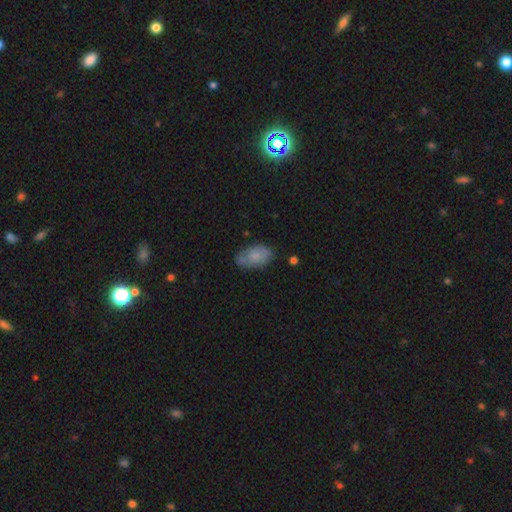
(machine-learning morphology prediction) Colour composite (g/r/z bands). It shows a smooth galaxy with no disk features (73%) that is in between round and cigar-shaped (92%). Merging: none (64%).